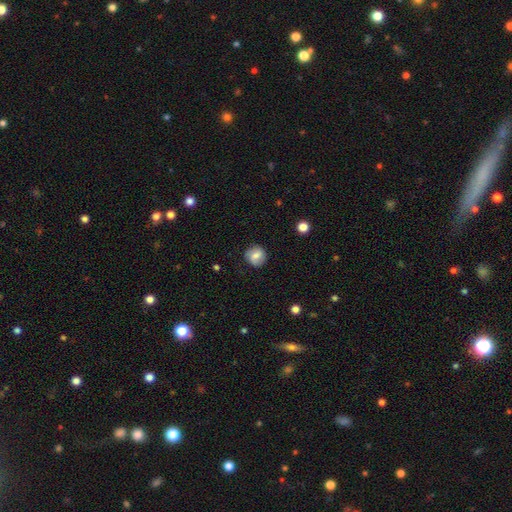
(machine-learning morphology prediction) A smooth galaxy with no disk features (67%) that is round (86%).

Vote fractions:
- Smooth or featured? smooth: 67% / featured or disk: 24% / star or artifact: 9%
- How rounded? round: 86% / in between: 13% / cigar-shaped: 1%
- Merging? none: 82% / minor disturbance: 14% / major disturbance: 4% / merger: 1%